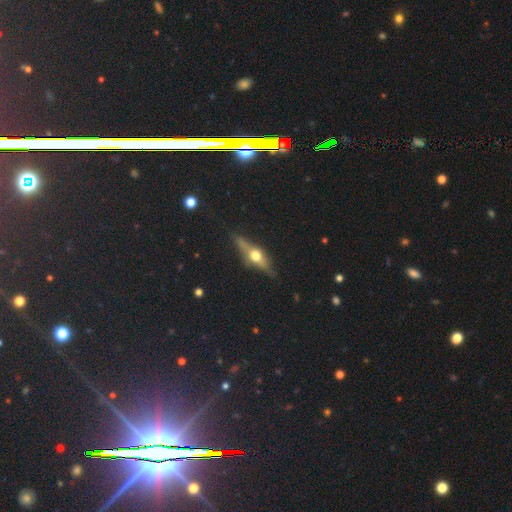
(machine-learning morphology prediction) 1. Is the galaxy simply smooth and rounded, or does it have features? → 61% featured or disk, 28% smooth, 10% star or artifact.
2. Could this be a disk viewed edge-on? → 89% yes, 11% no.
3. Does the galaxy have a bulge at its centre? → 95% rounded, 3% boxy, 2% none.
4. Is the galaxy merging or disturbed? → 82% none, 13% minor disturbance, 4% major disturbance, 2% merger.